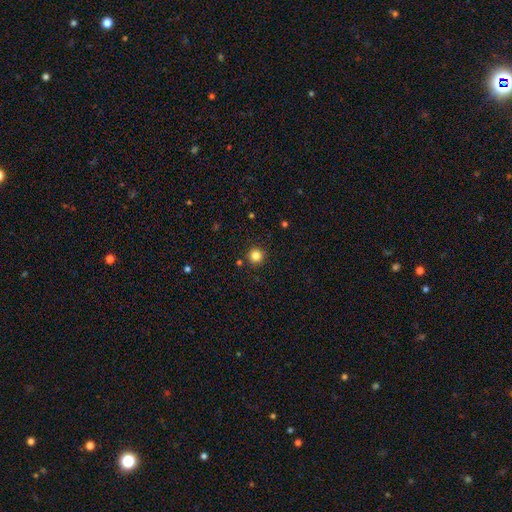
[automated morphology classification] type=smooth (83%); roundness=round (95%); merging=none (91%).